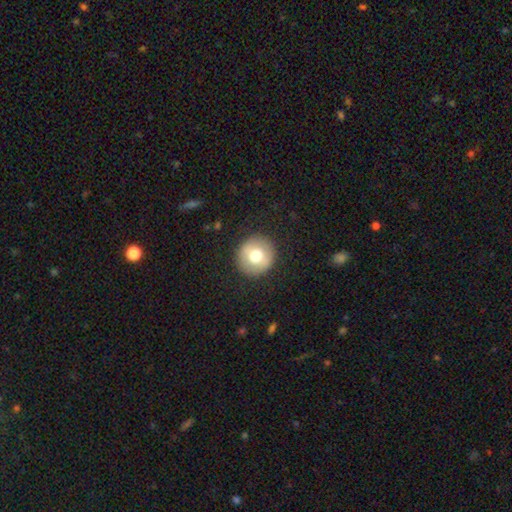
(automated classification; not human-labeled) Overall: smooth (70%). How rounded: round (94%). Merging: none (90%).